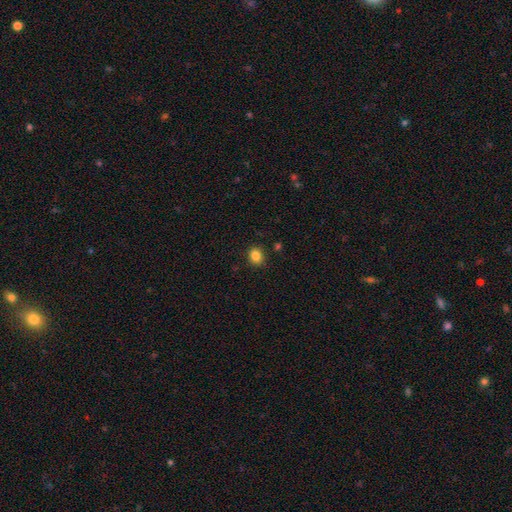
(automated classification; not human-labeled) This appears to be a smooth galaxy with no disk features (84%) that is round (69%). Merging: none (87%).